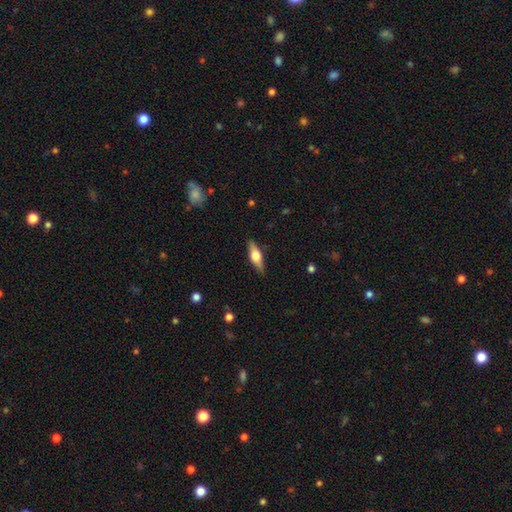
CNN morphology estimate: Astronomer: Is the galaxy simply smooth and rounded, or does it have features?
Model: featured or disk — 55% (runner-up: smooth, 39%).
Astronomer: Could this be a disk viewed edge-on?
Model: yes — 93%.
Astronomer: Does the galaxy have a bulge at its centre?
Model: rounded — 92%.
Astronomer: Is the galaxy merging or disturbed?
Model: none — 87%.